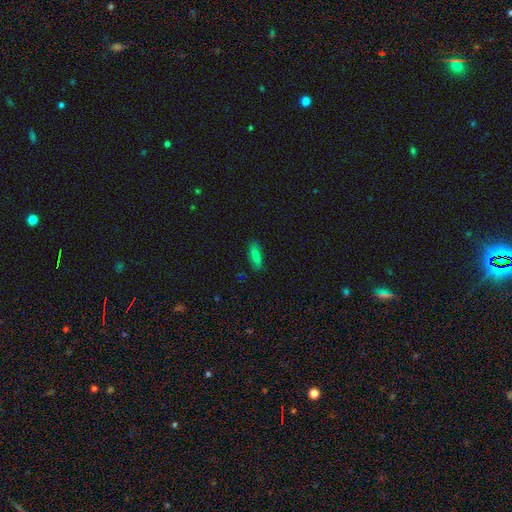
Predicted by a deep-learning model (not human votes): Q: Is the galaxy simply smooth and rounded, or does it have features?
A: smooth — 81%.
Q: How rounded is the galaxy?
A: in between — 54%.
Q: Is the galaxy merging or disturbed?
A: none — 81%.